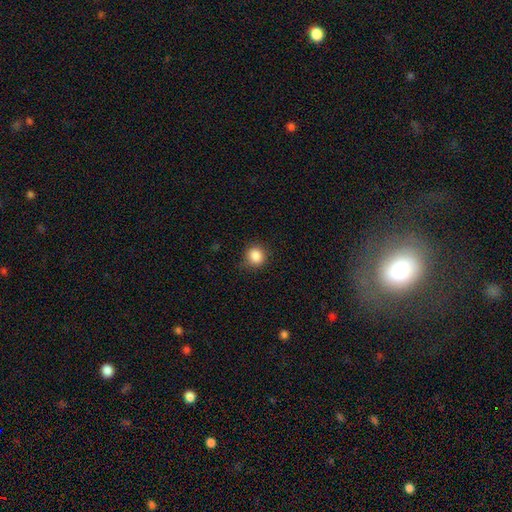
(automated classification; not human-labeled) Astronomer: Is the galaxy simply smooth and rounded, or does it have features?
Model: smooth — 87%.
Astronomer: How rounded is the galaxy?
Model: round — 89%.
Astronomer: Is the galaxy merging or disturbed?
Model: none — 83%.